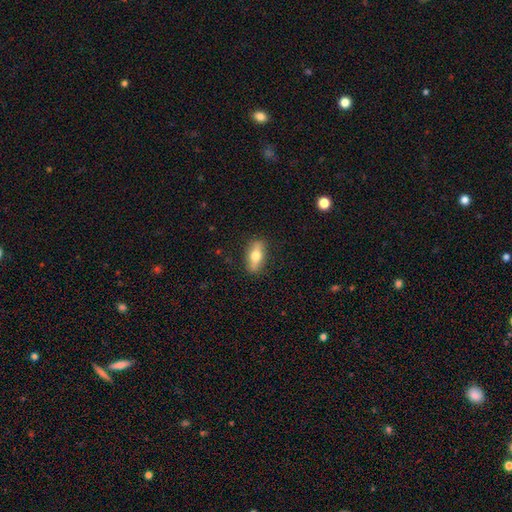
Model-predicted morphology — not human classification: type=smooth (59%); roundness=in between (69%); merging=none (86%).